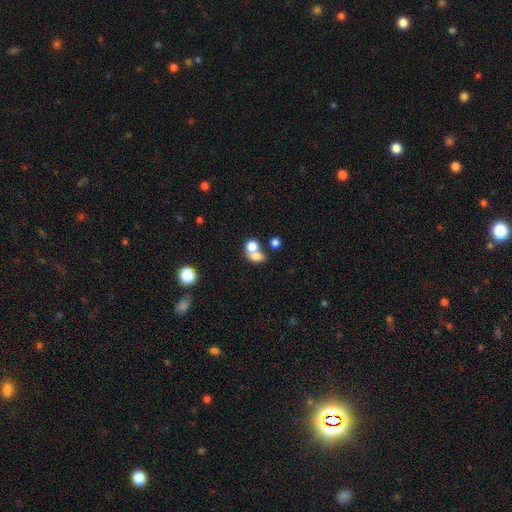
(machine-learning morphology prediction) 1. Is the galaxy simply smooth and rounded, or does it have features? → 72% smooth, 16% featured or disk, 12% star or artifact.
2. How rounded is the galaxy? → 50% in between, 48% round, 1% cigar-shaped.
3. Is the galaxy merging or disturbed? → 60% merger, 28% none, 7% minor disturbance, 4% major disturbance.